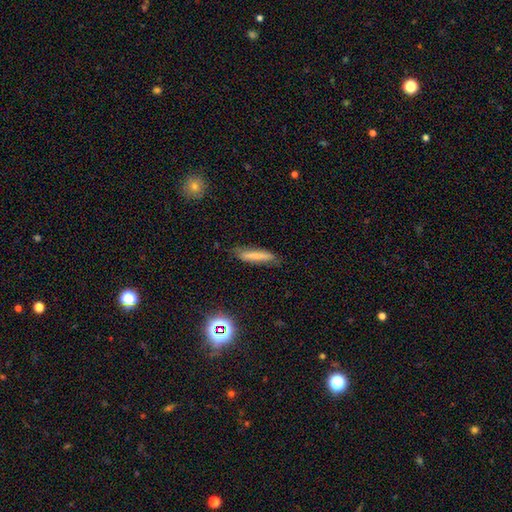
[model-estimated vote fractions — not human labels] Smooth or featured? smooth (72%)
How rounded? cigar-shaped (87%)
Merging? none (78%)